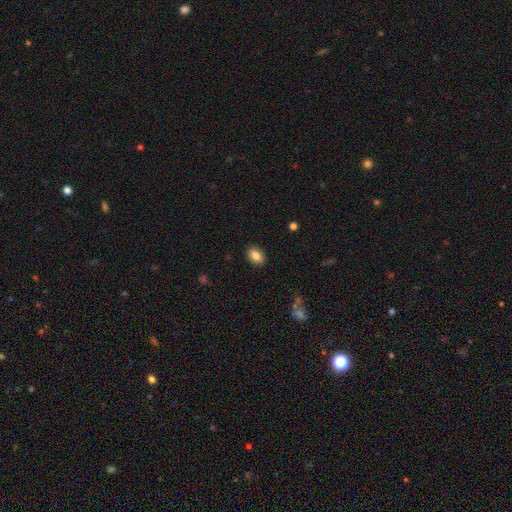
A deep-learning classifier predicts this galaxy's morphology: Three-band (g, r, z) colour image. It shows a smooth galaxy with no disk features (85%) that is in between round and cigar-shaped (74%). Merging: none (89%).